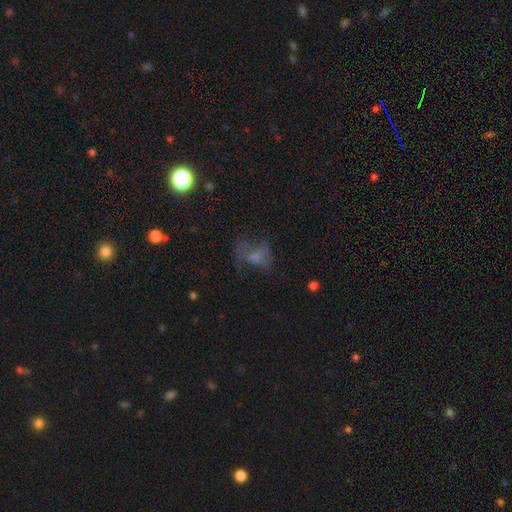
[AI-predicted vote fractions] Morphology: type=smooth (43%); merging=major disturbance (40%).